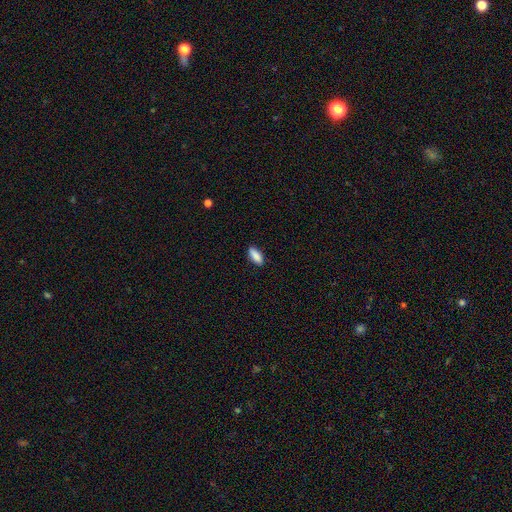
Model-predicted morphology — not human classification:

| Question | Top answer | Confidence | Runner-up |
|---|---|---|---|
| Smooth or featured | smooth | 88% | star or artifact (7%) |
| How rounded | in between | 77% | cigar-shaped (21%) |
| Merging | none | 87% | minor disturbance (10%) |